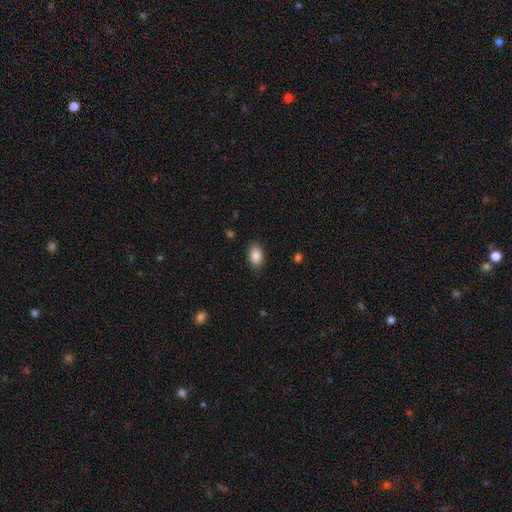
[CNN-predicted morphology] Smooth or featured: smooth — 88% (star or artifact — 8%)
How rounded: in between — 87% (round — 11%)
Merging: none — 87% (minor disturbance — 10%)